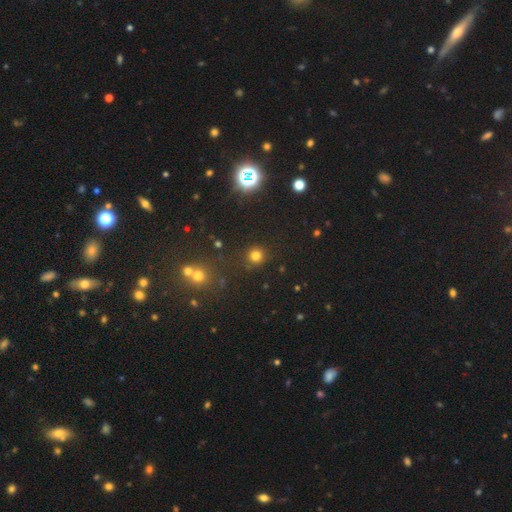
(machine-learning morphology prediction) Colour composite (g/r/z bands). It shows a smooth galaxy with no disk features (75%) that is round (93%). Merging: none (87%).